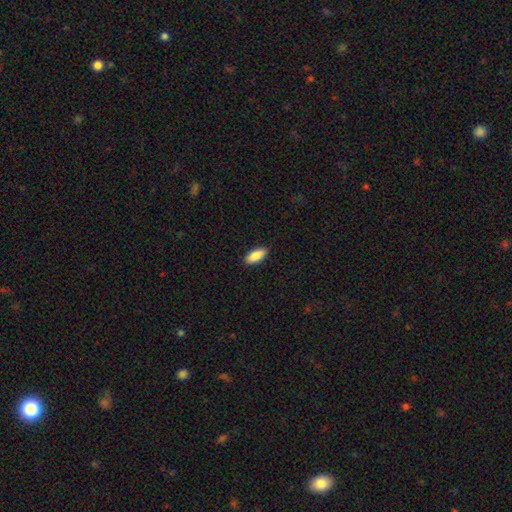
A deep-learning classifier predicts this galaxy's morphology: type=smooth (88%); roundness=in between (81%); merging=none (89%).